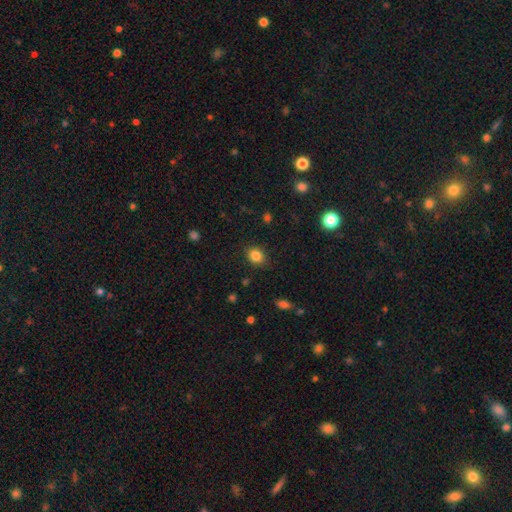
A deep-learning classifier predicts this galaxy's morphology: A smooth galaxy with no disk features (84%) that is round (60%). Merging: none (85%).